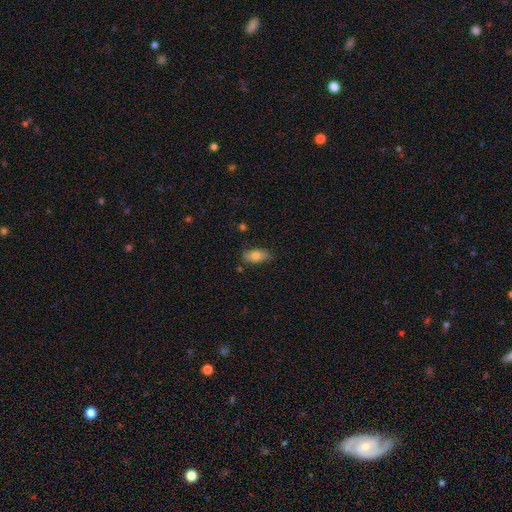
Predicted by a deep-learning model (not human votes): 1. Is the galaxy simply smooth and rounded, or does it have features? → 78% smooth, 15% featured or disk, 7% star or artifact.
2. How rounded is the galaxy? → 88% in between, 8% cigar-shaped, 3% round.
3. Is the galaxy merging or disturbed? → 80% none, 15% minor disturbance, 3% major disturbance, 2% merger.